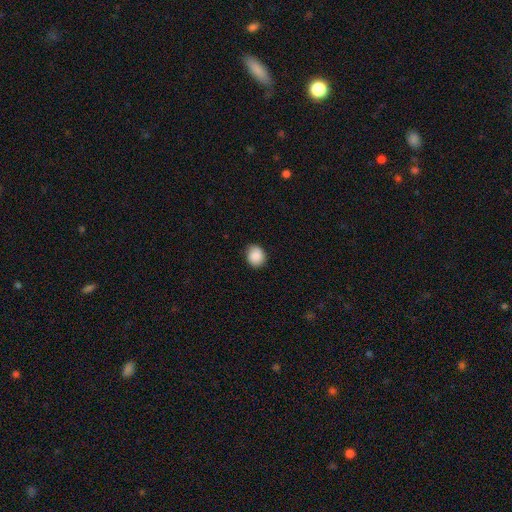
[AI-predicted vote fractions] This is clearly a smooth galaxy (87%). How rounded: likely round (69%). Merging: likely none (79%).